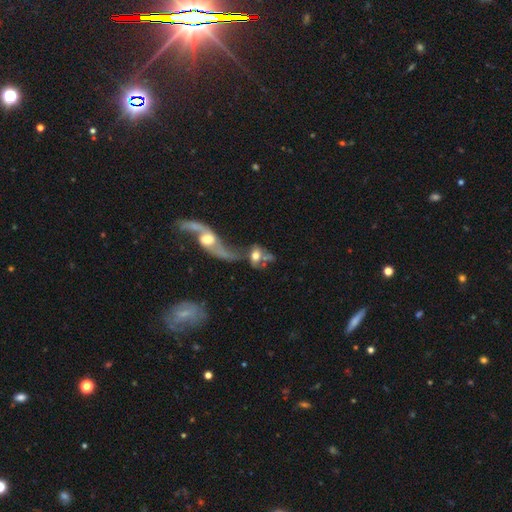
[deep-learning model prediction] Smooth or featured?
  - featured or disk: 52% *
  - smooth: 38%
  - star or artifact: 9%
Edge-on disk?
  - no: 91% *
  - yes: 9%
Merging?
  - merger: 57% *
  - major disturbance: 20%
  - none: 15%
  - minor disturbance: 9%